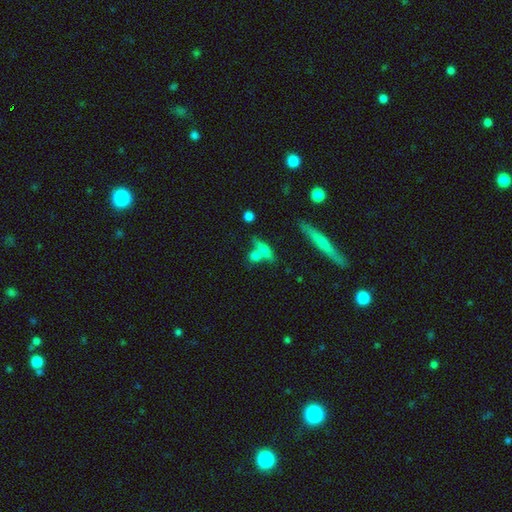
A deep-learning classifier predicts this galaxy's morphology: Smooth or featured? Predicted: smooth (p=0.66). How rounded? Predicted: in between (p=0.36). Merging? Predicted: none (p=0.49).